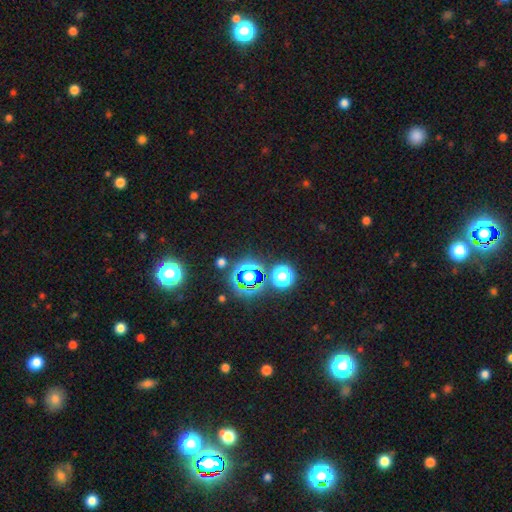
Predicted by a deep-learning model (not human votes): Overall: star or artifact (75%).